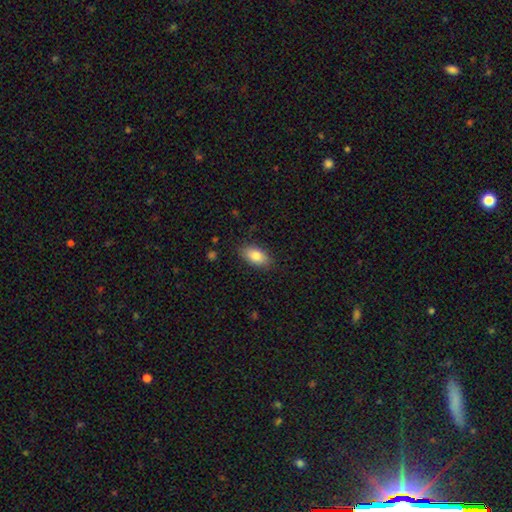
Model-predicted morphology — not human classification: Smooth or featured?
  - smooth: 83% *
  - featured or disk: 10%
  - star or artifact: 7%
How rounded?
  - in between: 91% *
  - round: 5%
  - cigar-shaped: 3%
Merging?
  - none: 85% *
  - minor disturbance: 11%
  - major disturbance: 3%
  - merger: 1%